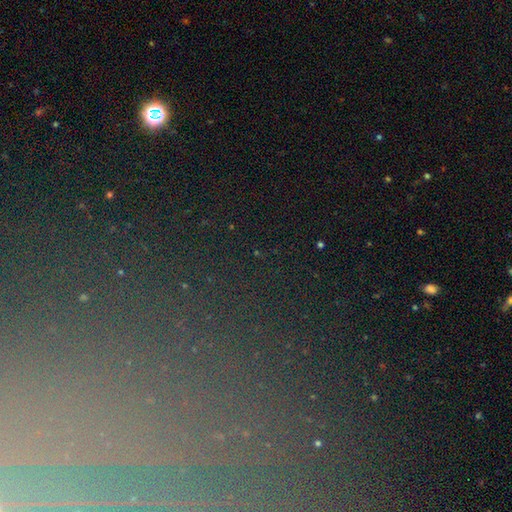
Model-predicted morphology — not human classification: smooth-or-featured: star or artifact: 68% | smooth: 17% | featured or disk: 14%